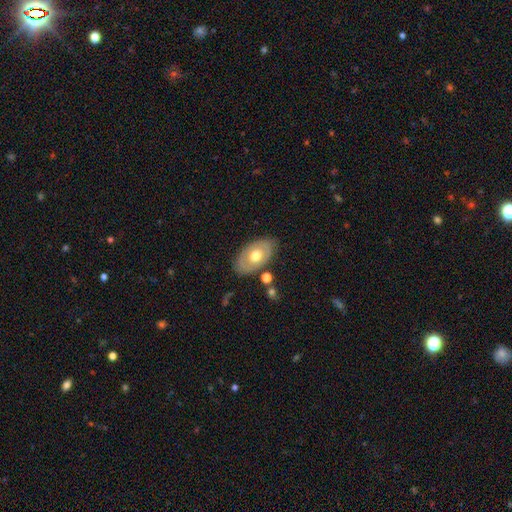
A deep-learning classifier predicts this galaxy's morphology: This appears to be a featured or disk galaxy (52%). Merging: none (77%).